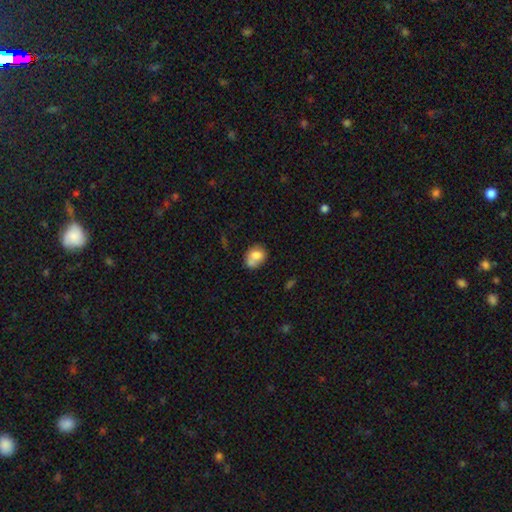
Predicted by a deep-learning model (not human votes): Smooth or featured? smooth (73%)
How rounded? in between (54%)
Merging? none (40%)